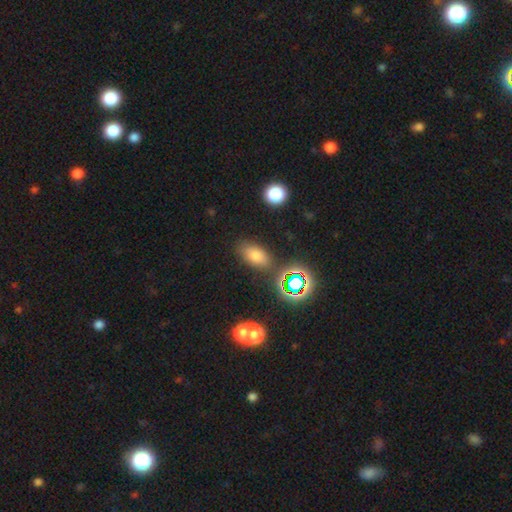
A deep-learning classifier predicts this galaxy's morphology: A smooth galaxy with no disk features (71%) that is in between round and cigar-shaped (86%).

Vote fractions:
- Smooth or featured? smooth: 71% / star or artifact: 19% / featured or disk: 10%
- How rounded? in between: 86% / round: 10% / cigar-shaped: 4%
- Merging? none: 80% / minor disturbance: 12% / merger: 4% / major disturbance: 4%